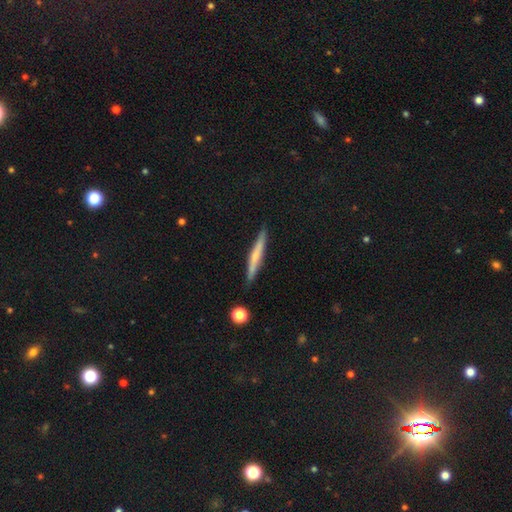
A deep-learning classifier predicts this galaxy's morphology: A smooth galaxy with no disk features (54%) that is cigar-shaped (95%).

Vote fractions:
- Smooth or featured? smooth: 54% / featured or disk: 39% / star or artifact: 6%
- How rounded? cigar-shaped: 95% / in between: 4% / round: 2%
- Merging? none: 87% / minor disturbance: 9% / major disturbance: 2% / merger: 2%